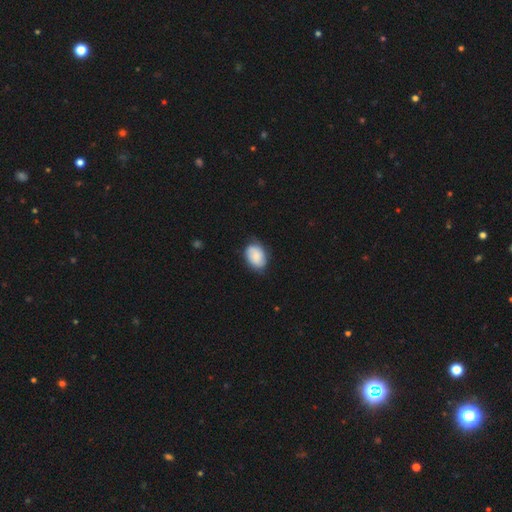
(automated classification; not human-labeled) Smooth or featured: smooth — 73% (featured or disk — 21%)
How rounded: in between — 79% (round — 20%)
Merging: none — 71% (minor disturbance — 23%)